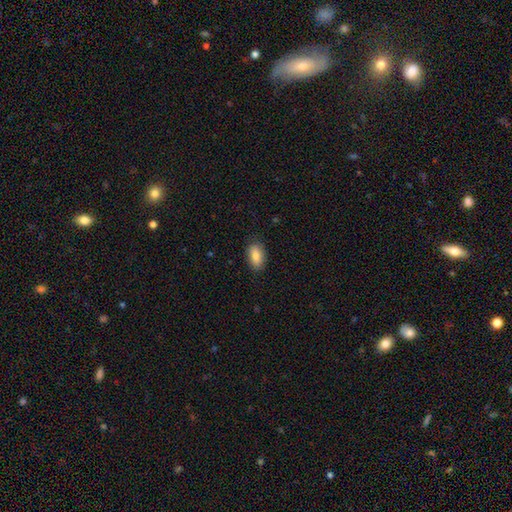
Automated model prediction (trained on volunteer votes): Overall: smooth (85%). How rounded: in between (91%). Merging: none (85%).